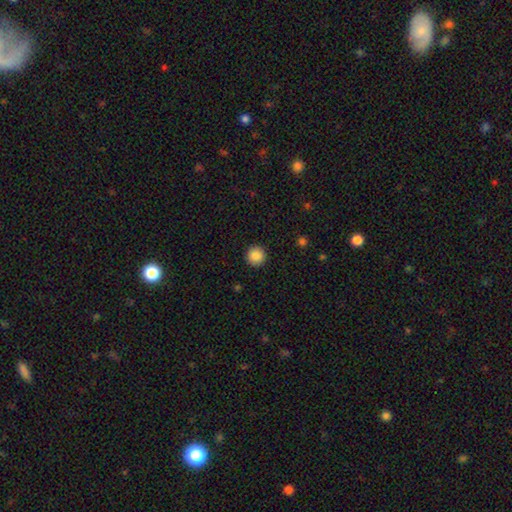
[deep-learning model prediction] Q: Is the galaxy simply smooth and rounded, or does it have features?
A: smooth — 87%.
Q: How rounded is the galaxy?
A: round — 95%.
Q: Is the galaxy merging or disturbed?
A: none — 93%.